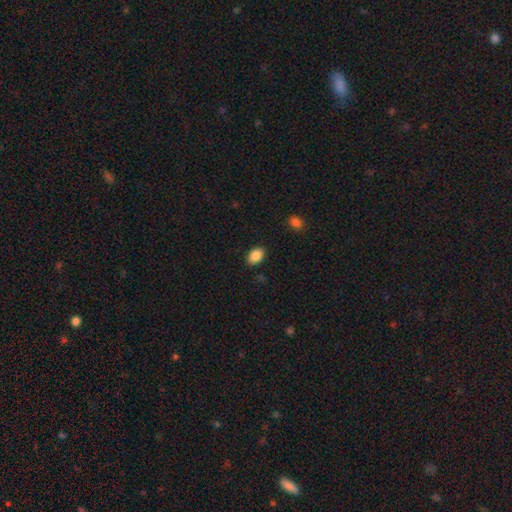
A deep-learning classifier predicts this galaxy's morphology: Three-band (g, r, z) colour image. It shows a smooth galaxy with no disk features (88%) that is in between round and cigar-shaped (79%). Merging: none (88%).